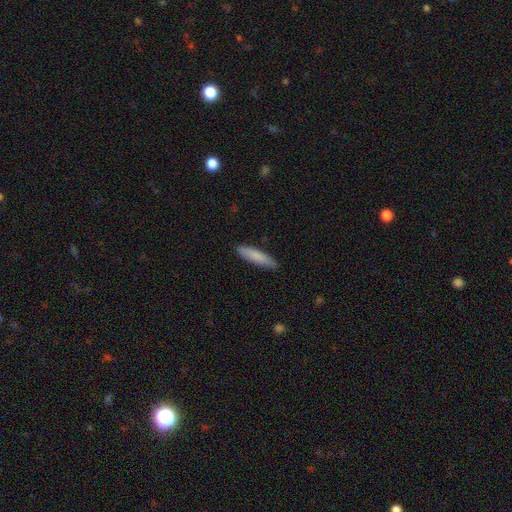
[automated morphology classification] This is clearly a smooth galaxy (83%). How rounded: clearly cigar-shaped (81%). Merging: clearly none (88%).